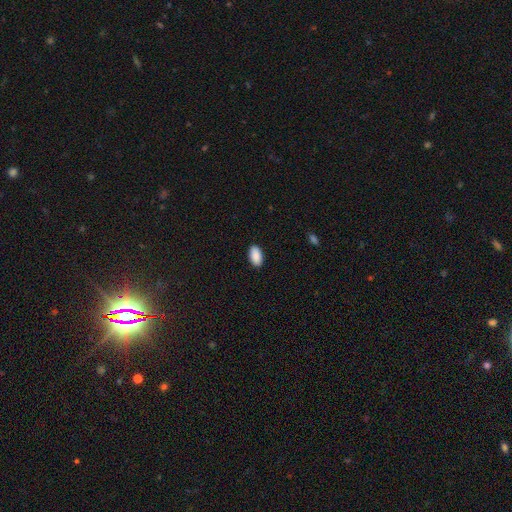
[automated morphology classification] Overall: smooth (90%). How rounded: in between (95%). Merging: none (89%).